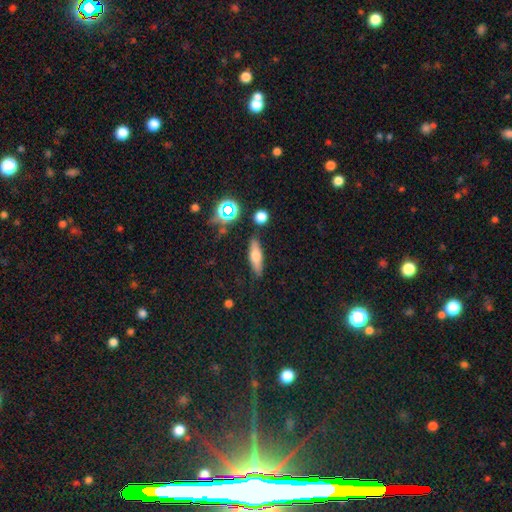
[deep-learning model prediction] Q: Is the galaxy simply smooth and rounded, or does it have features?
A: smooth — 55%.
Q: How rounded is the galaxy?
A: cigar-shaped — 58%.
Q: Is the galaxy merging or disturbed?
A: none — 82%.